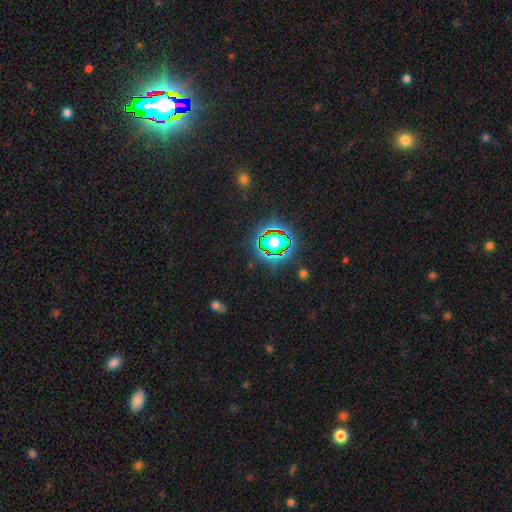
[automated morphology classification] A star or artifact, not a galaxy (82%).